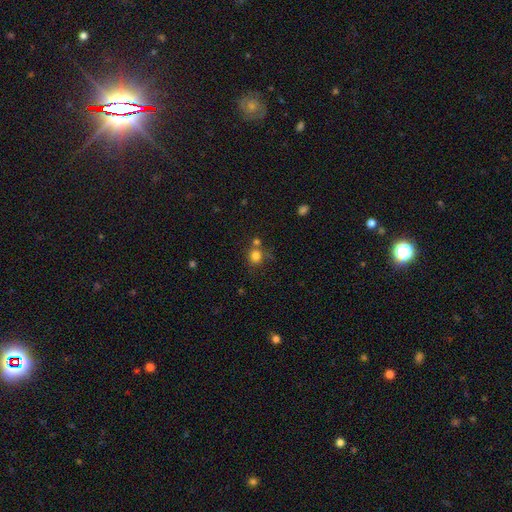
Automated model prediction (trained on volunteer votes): smooth-or-featured: smooth: 79% | star or artifact: 13% | featured or disk: 7%
  how-rounded: round: 87% | in between: 12% | cigar-shaped: 1%
  merging: none: 61% | merger: 23% | minor disturbance: 11% | major disturbance: 5%